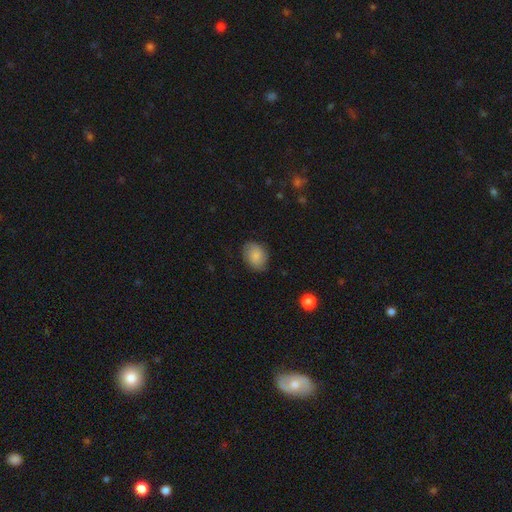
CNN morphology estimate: Overall: smooth (84%). How rounded: in between (67%; round 32%). Merging: none (82%).